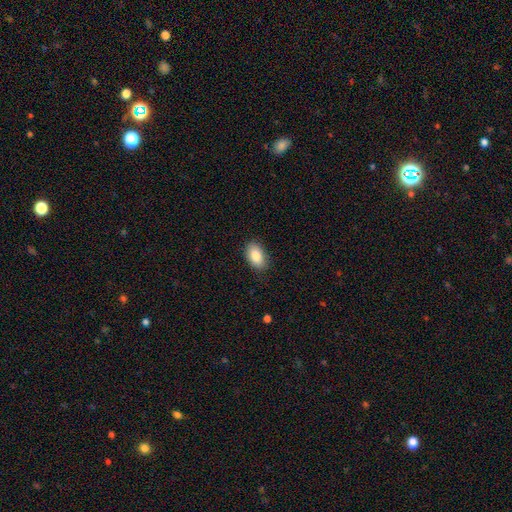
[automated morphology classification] type=smooth (87%); roundness=in between (91%); merging=none (87%).